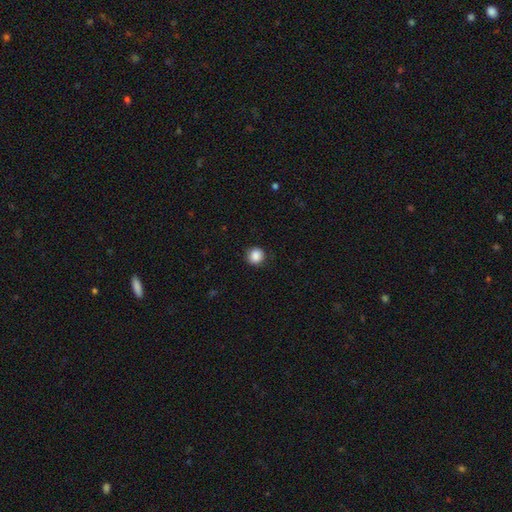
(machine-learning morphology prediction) Q: Smooth or featured?
A: smooth (88%); runner-up: star or artifact (9%)
Q: How rounded?
A: round (92%); runner-up: in between (7%)
Q: Merging?
A: none (88%); runner-up: minor disturbance (9%)